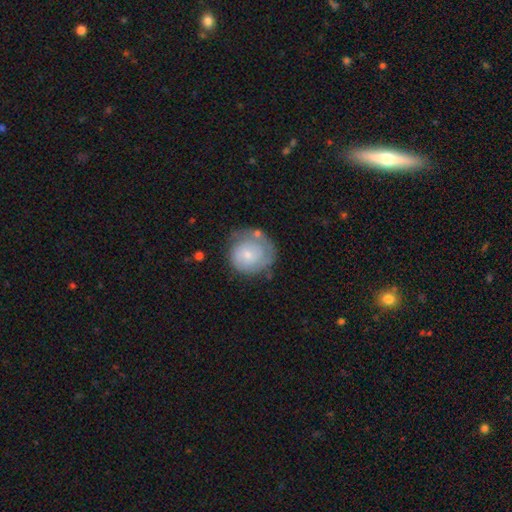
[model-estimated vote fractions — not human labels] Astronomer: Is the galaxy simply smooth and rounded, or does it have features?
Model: featured or disk — 51% (runner-up: smooth, 43%).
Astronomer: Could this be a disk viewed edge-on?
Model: no — 98%.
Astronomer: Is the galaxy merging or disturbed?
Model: none — 58%.